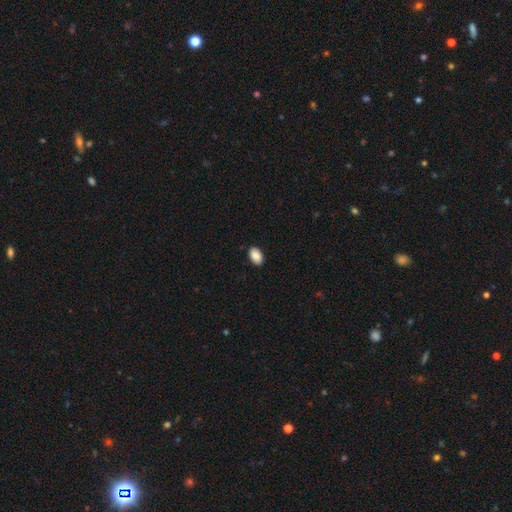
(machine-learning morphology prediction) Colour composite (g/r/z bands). It shows a smooth galaxy with no disk features (89%) that is in between round and cigar-shaped (90%). Merging: none (88%).